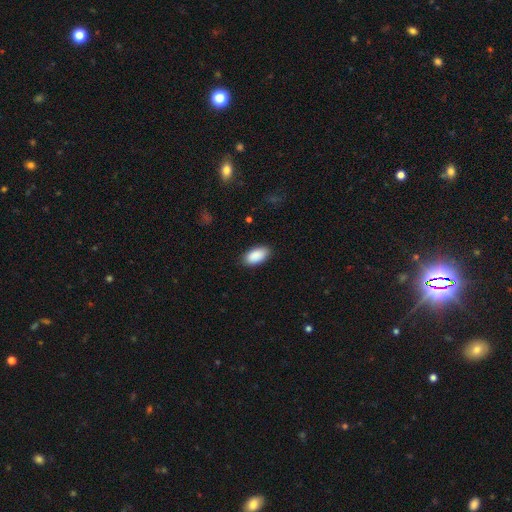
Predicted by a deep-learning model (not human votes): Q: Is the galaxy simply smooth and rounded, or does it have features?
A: smooth — 91%.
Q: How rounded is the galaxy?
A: in between — 95%.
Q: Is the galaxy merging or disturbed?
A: none — 86%.